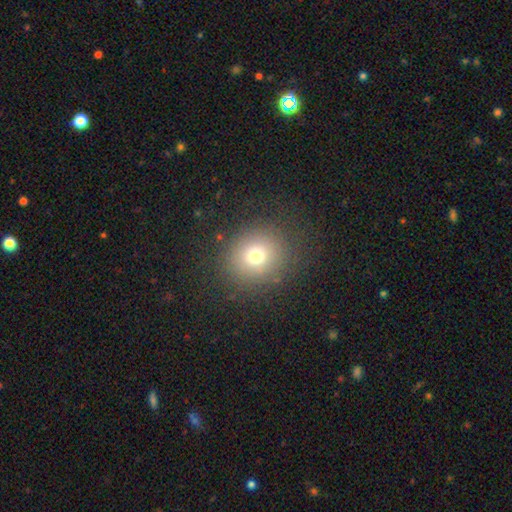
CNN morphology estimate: A smooth galaxy with no disk features (72%) that is round (85%). Merging: none (85%).